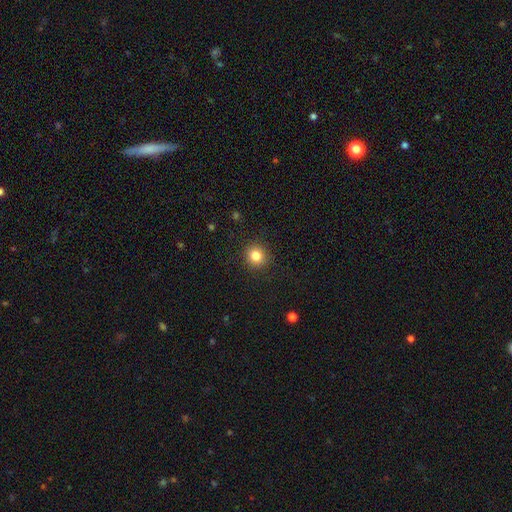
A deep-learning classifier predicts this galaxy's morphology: Smooth or featured?
  - smooth: 83% *
  - star or artifact: 11%
  - featured or disk: 5%
How rounded?
  - round: 91% *
  - in between: 8%
  - cigar-shaped: 1%
Merging?
  - none: 91% *
  - minor disturbance: 6%
  - major disturbance: 2%
  - merger: 1%